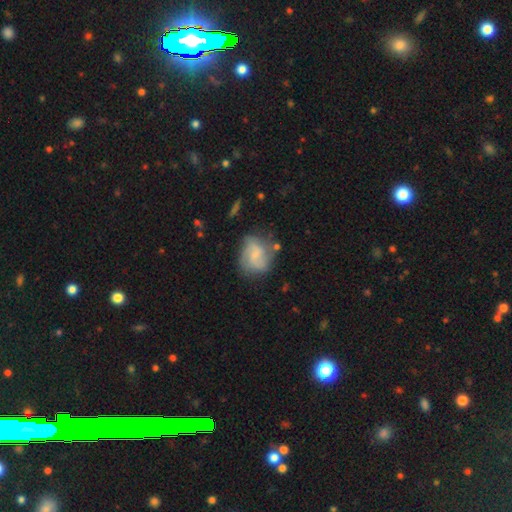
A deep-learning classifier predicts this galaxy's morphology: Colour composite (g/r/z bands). It shows a featured or disk galaxy (60%) with no bar (49%), 2 (64%) medium (44%) spiral arms (86%) and a small central bulge (54%). Merging: none (59%).